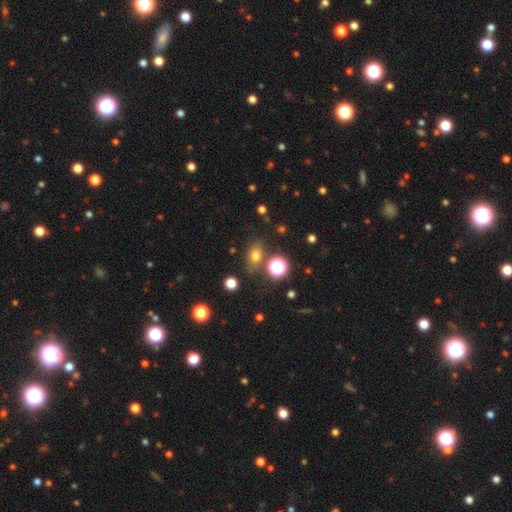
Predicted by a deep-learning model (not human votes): Smooth or featured?
  - smooth: 69% *
  - star or artifact: 20%
  - featured or disk: 11%
How rounded?
  - in between: 68% *
  - round: 29%
  - cigar-shaped: 3%
Merging?
  - none: 75% *
  - minor disturbance: 14%
  - merger: 7%
  - major disturbance: 4%